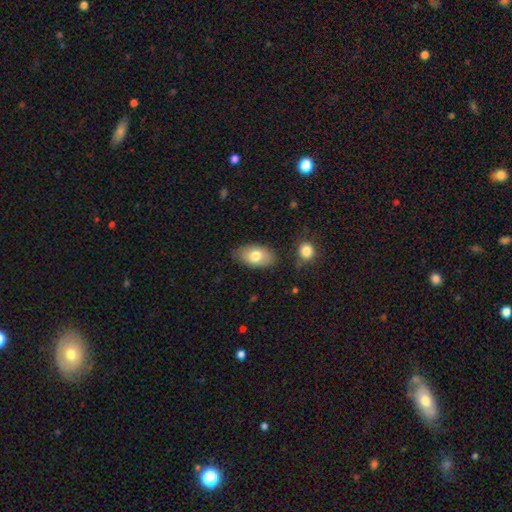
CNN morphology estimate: type=smooth (76%); roundness=in between (91%); merging=none (79%).